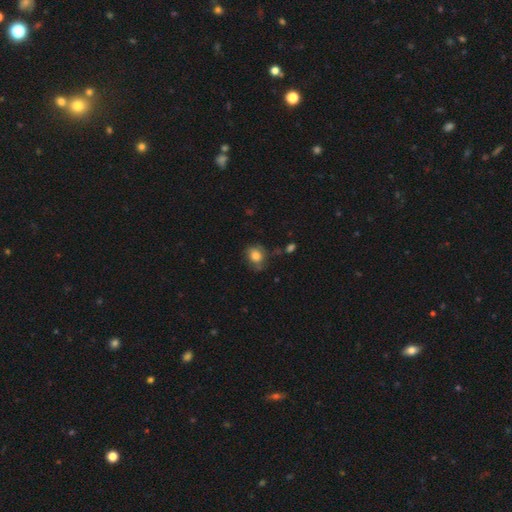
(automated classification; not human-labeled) smooth_or_featured: smooth (p=0.76) [alt: featured or disk p=0.14]
how_rounded: round (p=0.55) [alt: in between p=0.44]
merging: none (p=0.56) [alt: minor disturbance p=0.28]